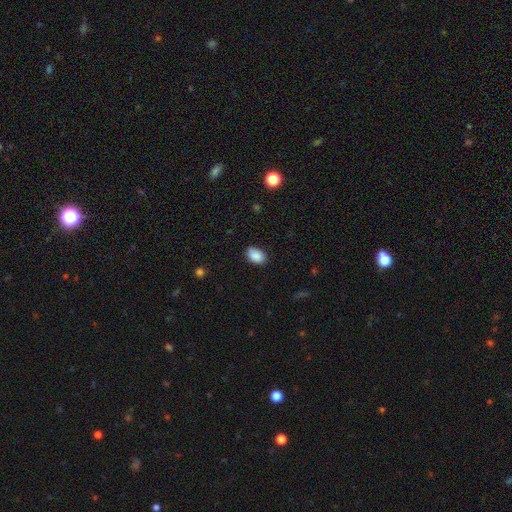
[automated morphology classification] smooth 88%, star or artifact 8%, featured or disk 4%. Down the decision tree: how rounded — in between (87%); merging — none (80%).